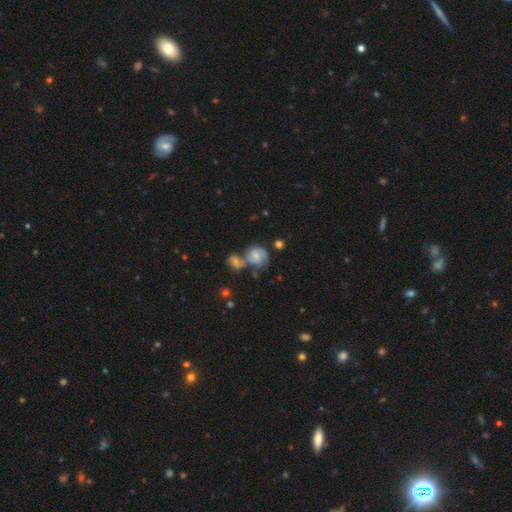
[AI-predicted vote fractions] This is possibly a featured or disk galaxy (53%). It is clearly not viewed edge-on (97%). Bar: likely no (67%). Spiral arm pattern: clearly yes (81%). Central bulge: possibly moderate (48%). Merging: marginally none (39%, tied with merger).